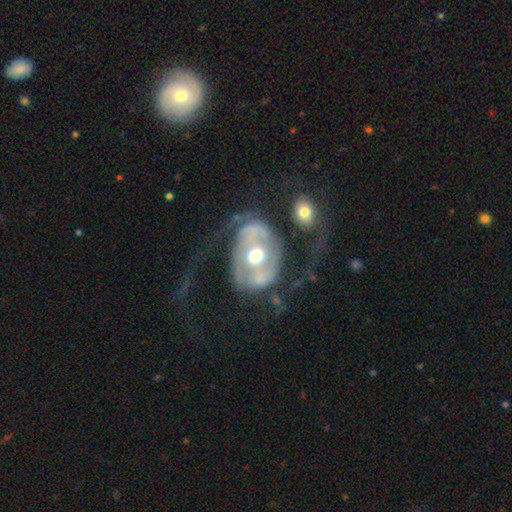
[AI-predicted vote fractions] A featured or disk galaxy (76%) with no bar (50%), spiral arms (61%) and a moderate central bulge (75%). Merging: none (42%).